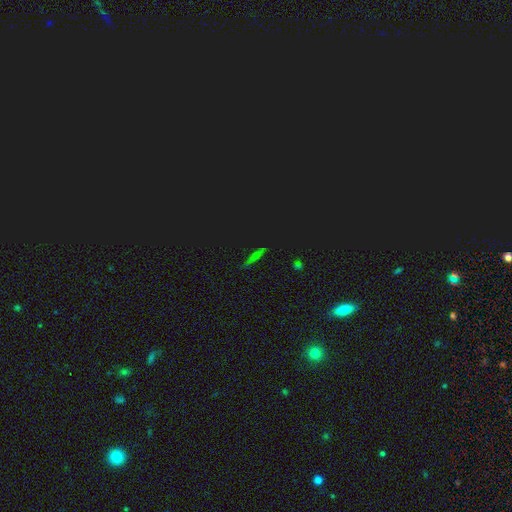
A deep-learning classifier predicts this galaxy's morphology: Smooth or featured? Predicted: star or artifact (p=0.40).